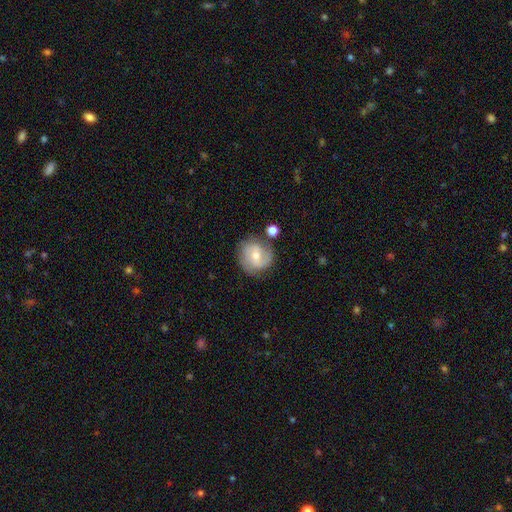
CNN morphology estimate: Smooth or featured? featured or disk (61%)
Edge-on disk? no (97%)
Bar? weak (49%)
Spiral arms? yes (89%)
Spiral winding? medium (45%)
Spiral arm count? 2 (67%)
Bulge size? moderate (55%)
Merging? none (71%)